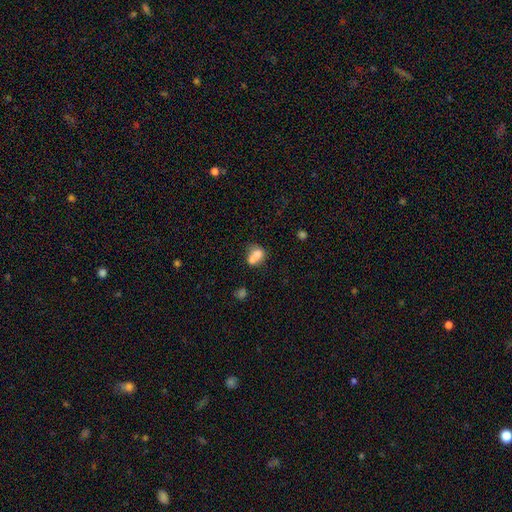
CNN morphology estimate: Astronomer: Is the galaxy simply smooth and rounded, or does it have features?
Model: smooth — 73%.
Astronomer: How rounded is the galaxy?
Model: in between — 54% (runner-up: round, 44%).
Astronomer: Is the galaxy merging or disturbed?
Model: merger — 56%.